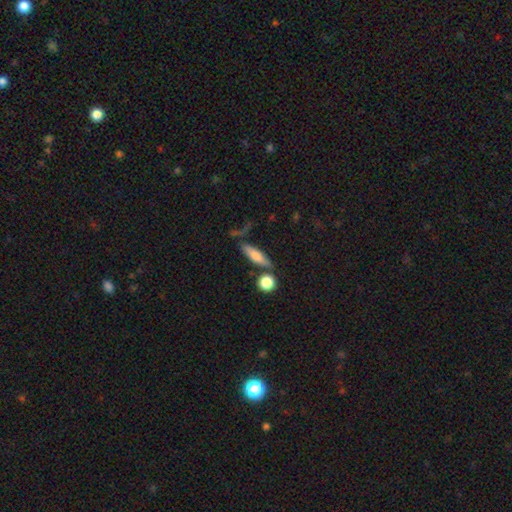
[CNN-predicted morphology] A smooth galaxy with no disk features (64%) that is cigar-shaped (56%). Merging: none (67%).